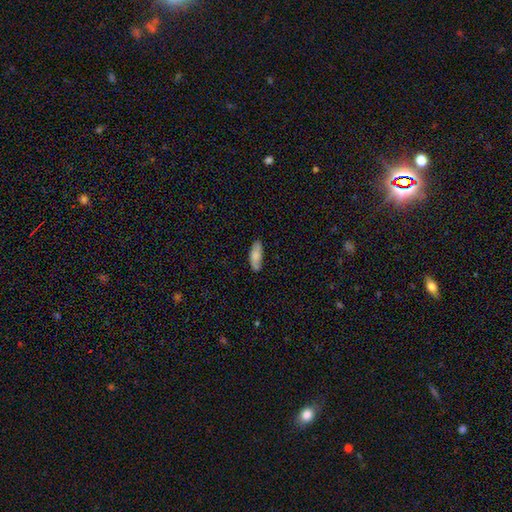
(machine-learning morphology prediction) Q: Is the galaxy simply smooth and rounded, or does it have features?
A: smooth — 79%.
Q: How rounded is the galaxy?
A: in between — 70%.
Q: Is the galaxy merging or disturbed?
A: none — 82%.